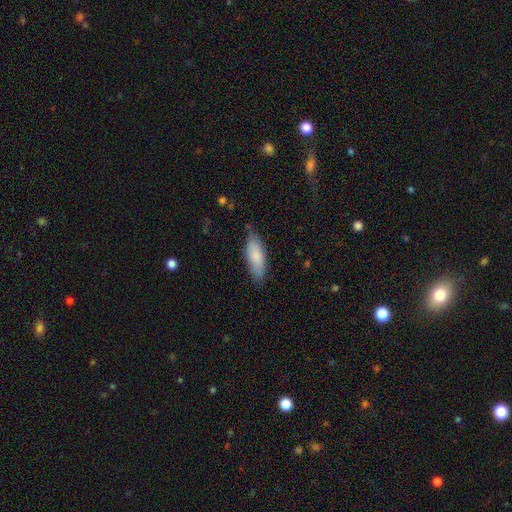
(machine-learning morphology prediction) smooth-or-featured: smooth: 82% | featured or disk: 12% | star or artifact: 6%
  how-rounded: in between: 66% | cigar-shaped: 32% | round: 2%
  merging: none: 76% | minor disturbance: 19% | major disturbance: 3% | merger: 1%